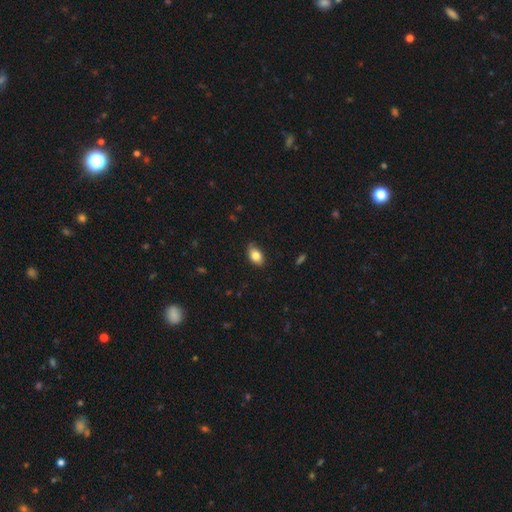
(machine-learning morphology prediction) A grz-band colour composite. It shows a smooth galaxy with no disk features (82%) that is in between round and cigar-shaped (89%). Merging: none (80%).